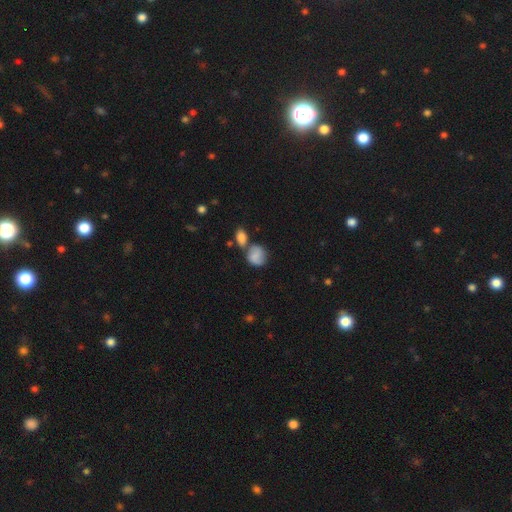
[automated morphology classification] smooth-or-featured: smooth: 71% | featured or disk: 20% | star or artifact: 9%
  how-rounded: round: 62% | in between: 36% | cigar-shaped: 2%
  merging: none: 40% | merger: 37% | minor disturbance: 16% | major disturbance: 7%